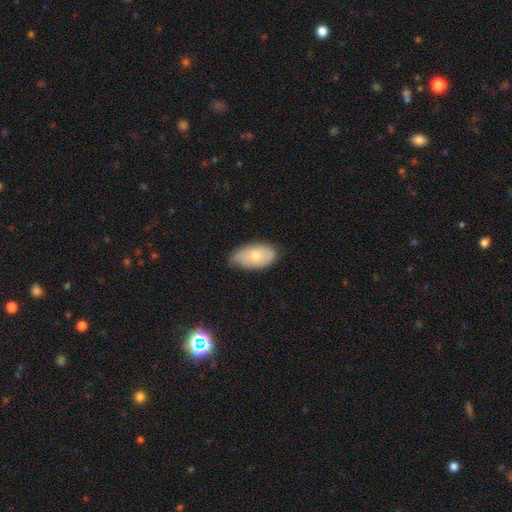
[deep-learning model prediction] A smooth galaxy with no disk features (64%) that is in between round and cigar-shaped (93%). Merging: none (55%).